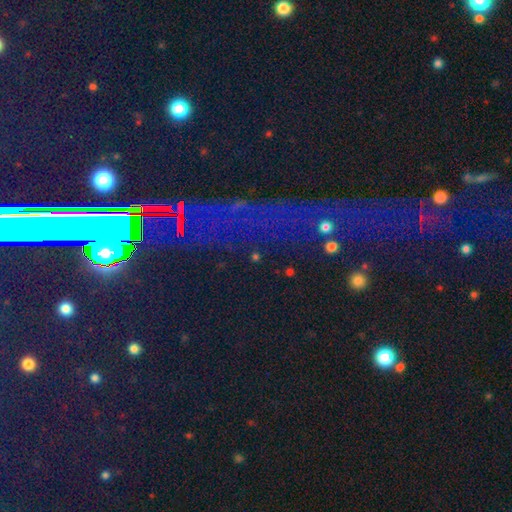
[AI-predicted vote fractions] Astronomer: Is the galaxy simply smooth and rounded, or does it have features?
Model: star or artifact — 75%.